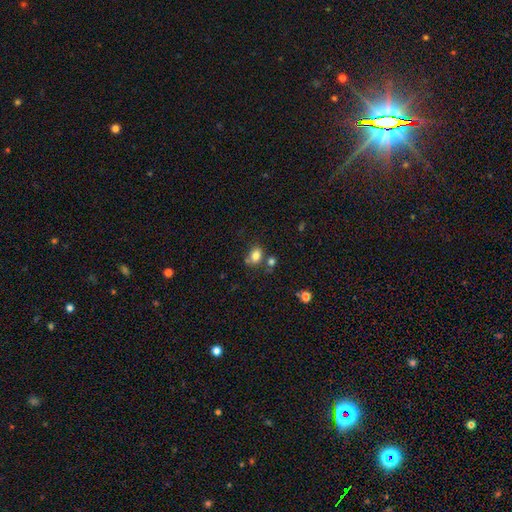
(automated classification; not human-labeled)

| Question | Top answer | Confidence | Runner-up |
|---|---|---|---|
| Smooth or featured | smooth | 80% | star or artifact (11%) |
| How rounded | in between | 68% | round (31%) |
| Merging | none | 57% | merger (19%) |